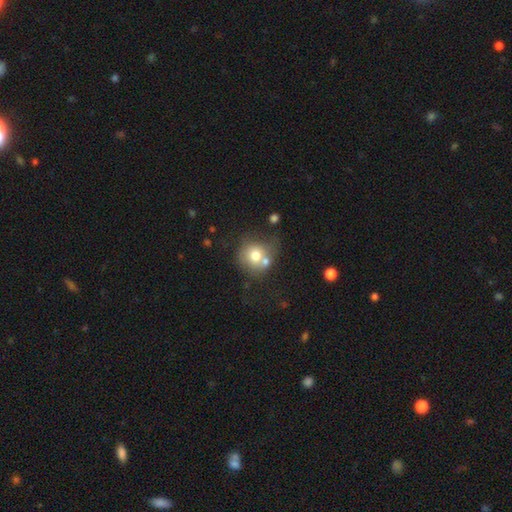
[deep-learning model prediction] A smooth galaxy with no disk features (70%) that is round (83%).

Vote fractions:
- Smooth or featured? smooth: 70% / featured or disk: 20% / star or artifact: 10%
- How rounded? round: 83% / in between: 16% / cigar-shaped: 1%
- Merging? none: 42% / merger: 35% / minor disturbance: 15% / major disturbance: 8%